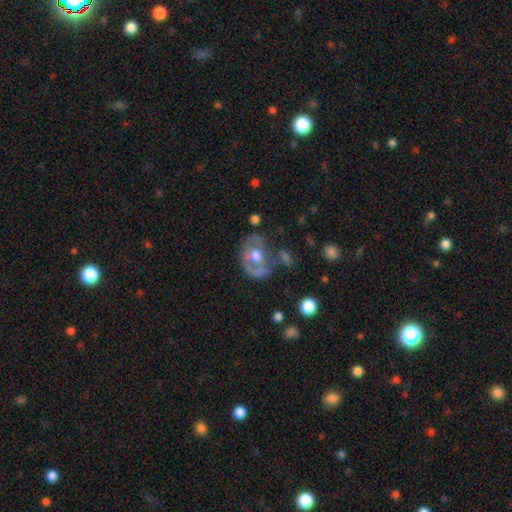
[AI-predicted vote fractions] Q: Smooth or featured?
A: featured or disk (54%); runner-up: smooth (39%)
Q: Edge-on disk?
A: no (95%); runner-up: yes (5%)
Q: Bar?
A: no (76%); runner-up: weak (19%)
Q: Spiral arms?
A: no (69%); runner-up: yes (31%)
Q: Bulge size?
A: moderate (65%); runner-up: large (24%)
Q: Merging?
A: none (44%); runner-up: minor disturbance (24%)